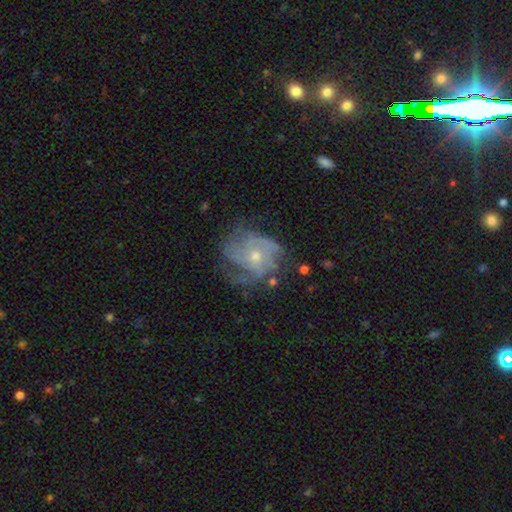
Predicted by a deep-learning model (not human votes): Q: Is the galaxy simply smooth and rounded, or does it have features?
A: featured or disk — 77%.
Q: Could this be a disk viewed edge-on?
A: no — 98%.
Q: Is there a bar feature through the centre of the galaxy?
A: no — 80%.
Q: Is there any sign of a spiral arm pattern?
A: yes — 85%.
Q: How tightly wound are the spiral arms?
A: medium — 41%.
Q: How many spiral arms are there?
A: can't tell — 31%.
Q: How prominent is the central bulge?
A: small — 52%.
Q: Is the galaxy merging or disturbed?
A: none — 54%.